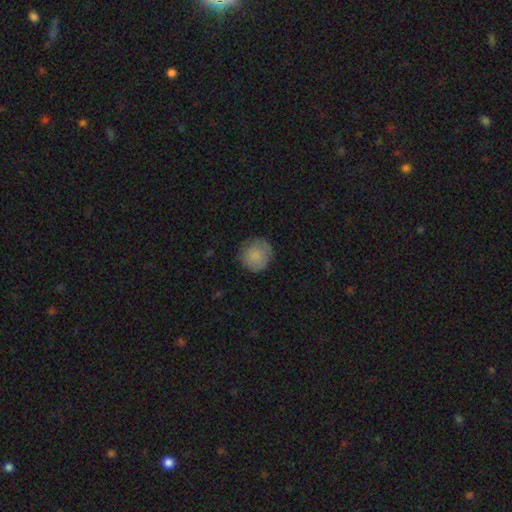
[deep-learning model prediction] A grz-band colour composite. It shows a smooth galaxy with no disk features (83%) that is round (90%). Merging: none (78%).